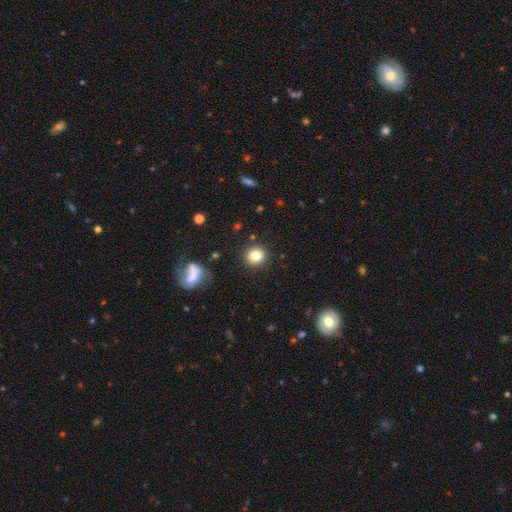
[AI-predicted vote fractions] A smooth galaxy with no disk features (82%) that is round (84%).

Vote fractions:
- Smooth or featured? smooth: 82% / star or artifact: 11% / featured or disk: 7%
- How rounded? round: 84% / in between: 15% / cigar-shaped: 1%
- Merging? none: 89% / minor disturbance: 7% / major disturbance: 3% / merger: 2%